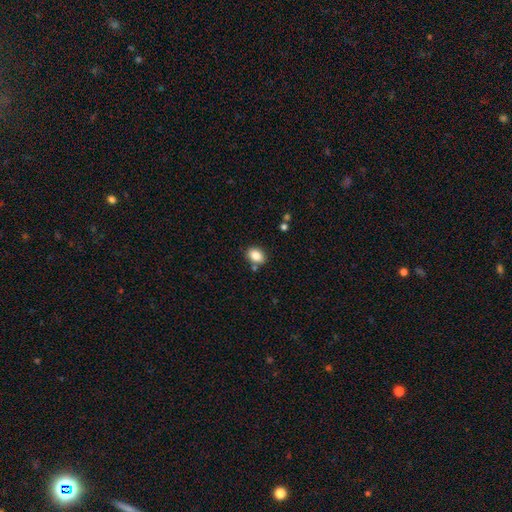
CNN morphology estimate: smooth-or-featured: smooth: 86% | star or artifact: 9% | featured or disk: 6%
  how-rounded: in between: 73% | round: 26% | cigar-shaped: 1%
  merging: none: 80% | minor disturbance: 11% | merger: 6% | major disturbance: 3%